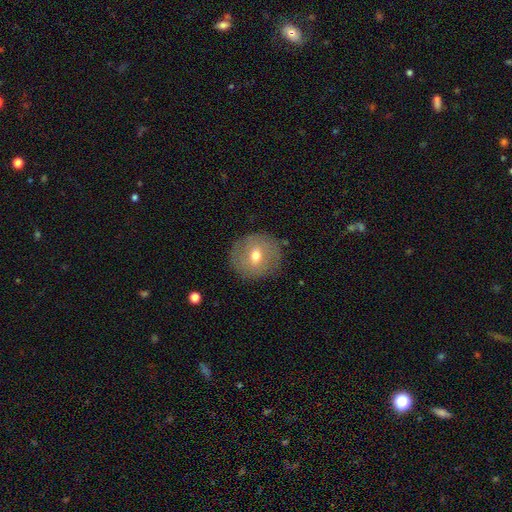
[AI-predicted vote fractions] Smooth or featured? smooth (47%)
Merging? none (84%)